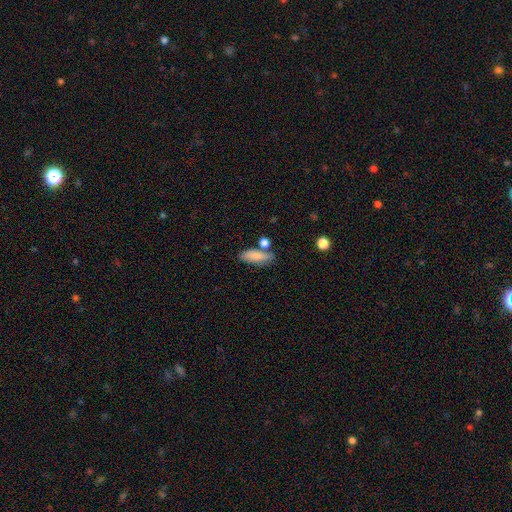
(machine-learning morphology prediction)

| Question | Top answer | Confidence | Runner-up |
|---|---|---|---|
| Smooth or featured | smooth | 80% | featured or disk (12%) |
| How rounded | in between | 70% | cigar-shaped (26%) |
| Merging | none | 61% | minor disturbance (18%) |